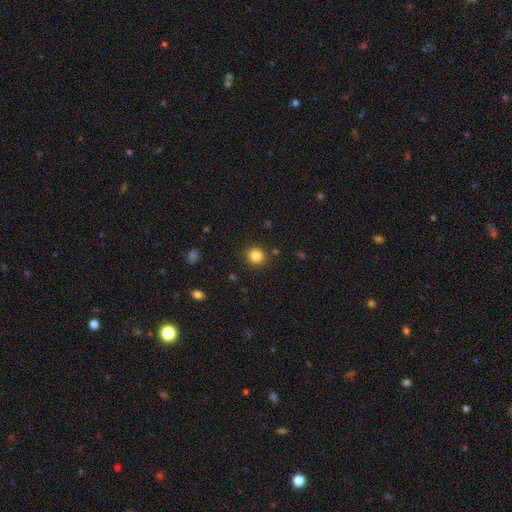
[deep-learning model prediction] This is clearly a smooth galaxy (84%). How rounded: clearly round (83%). Merging: clearly none (89%).